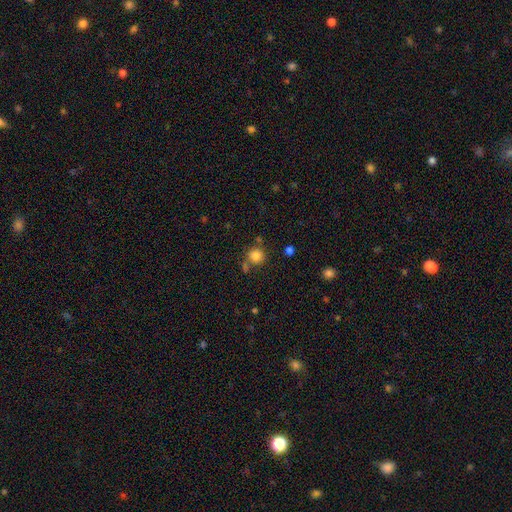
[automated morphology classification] Q: Smooth or featured?
A: smooth (83%); runner-up: star or artifact (11%)
Q: How rounded?
A: round (89%); runner-up: in between (10%)
Q: Merging?
A: none (70%); runner-up: merger (13%)